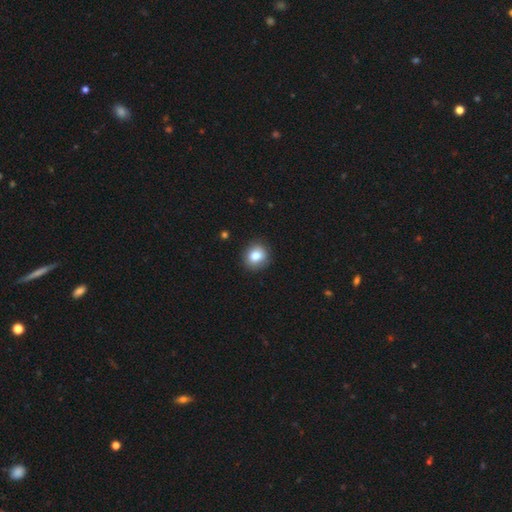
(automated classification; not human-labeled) Q: Smooth or featured?
A: smooth (82%); runner-up: star or artifact (9%)
Q: How rounded?
A: round (79%); runner-up: in between (20%)
Q: Merging?
A: none (88%); runner-up: minor disturbance (9%)